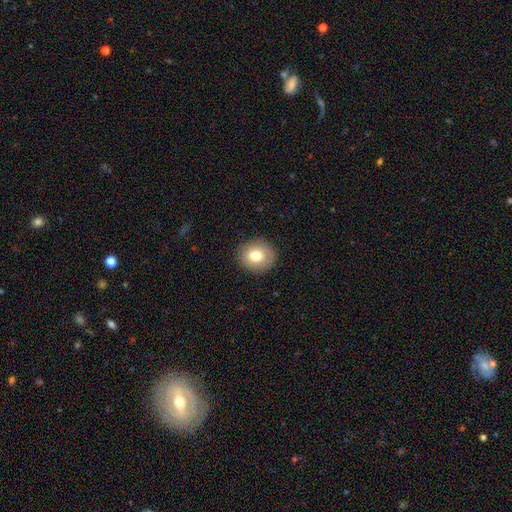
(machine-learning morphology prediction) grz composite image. It shows a smooth galaxy with no disk features (77%) that is round (82%). Merging: none (90%).